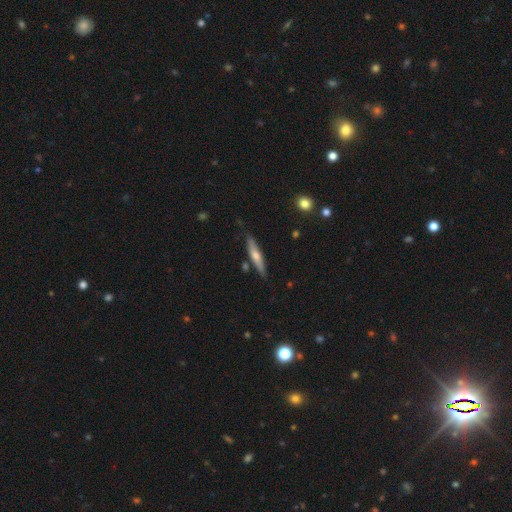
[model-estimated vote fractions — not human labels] smooth-or-featured: featured or disk: 48% | smooth: 45% | star or artifact: 6%
  merging: none: 80% | minor disturbance: 13% | merger: 4% | major disturbance: 2%